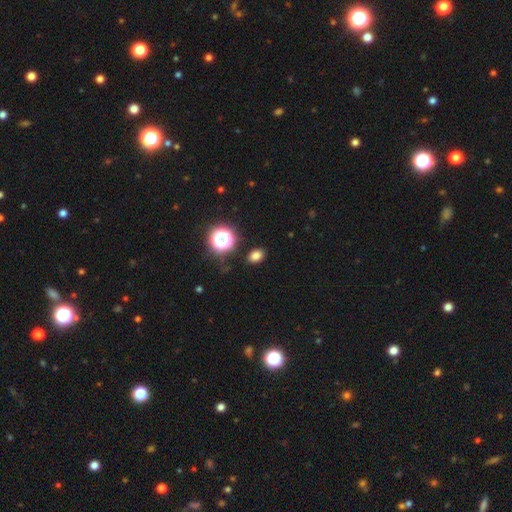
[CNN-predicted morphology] Overall: smooth (78%). How rounded: in between (72%). Merging: none (87%).